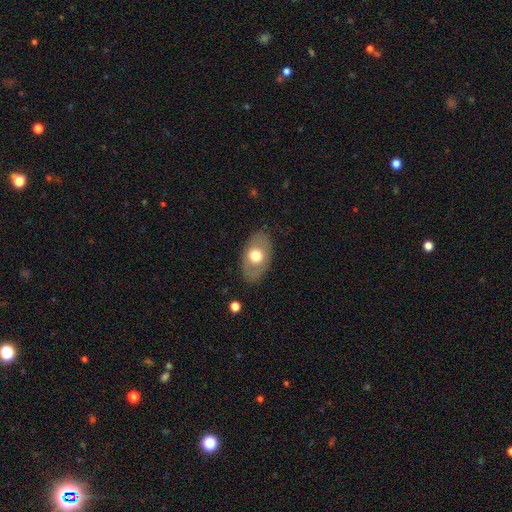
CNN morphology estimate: This appears to be a smooth galaxy with no disk features (60%) that is in between round and cigar-shaped (88%). Merging: none (82%).